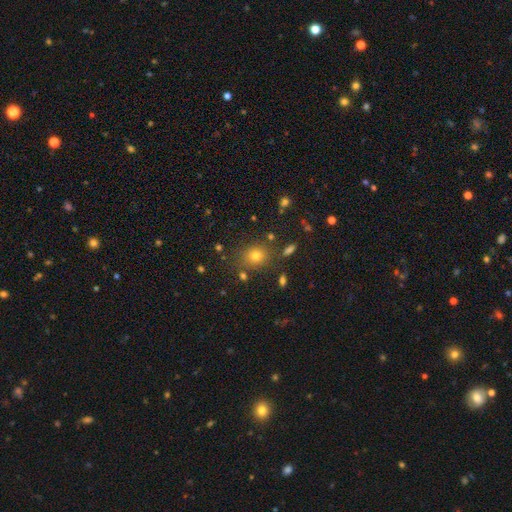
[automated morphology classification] This is likely a smooth galaxy (73%). How rounded: likely round (68%). Merging: likely none (80%).